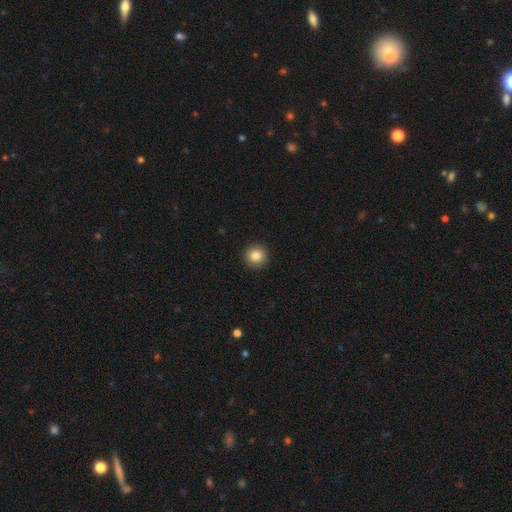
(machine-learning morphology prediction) This is clearly a smooth galaxy (85%). How rounded: clearly round (95%). Merging: clearly none (93%).